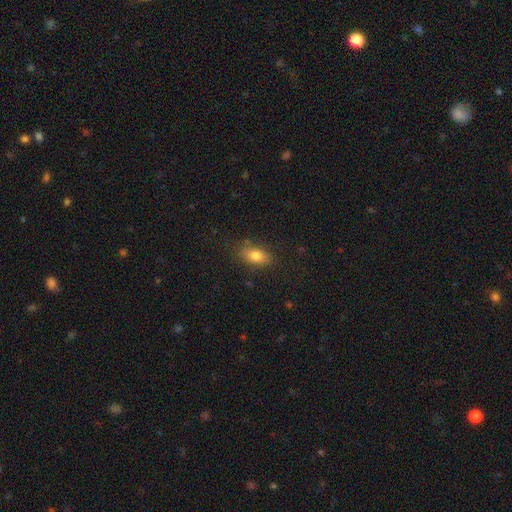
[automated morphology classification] smooth_or_featured: smooth (p=0.80) [alt: featured or disk p=0.10]
how_rounded: in between (p=0.85) [alt: round p=0.11]
merging: none (p=0.80) [alt: minor disturbance p=0.14]